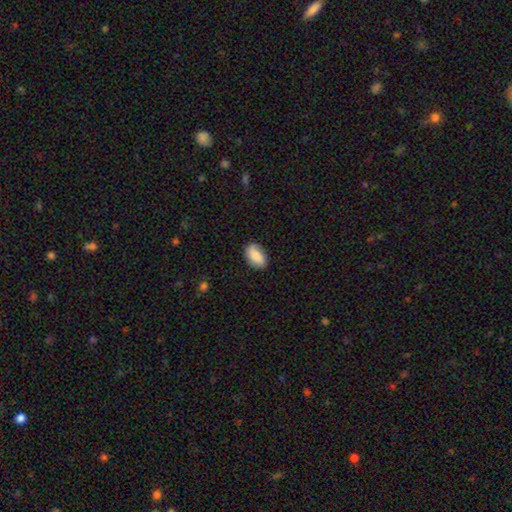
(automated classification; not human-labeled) Morphology: type=smooth (84%); roundness=in between (92%); merging=none (82%).